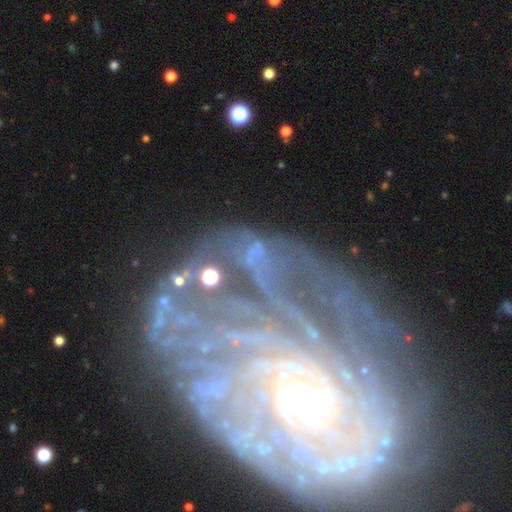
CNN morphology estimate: This appears to be a featured or disk galaxy (71%) with no bar (47%), tight (74%) spiral arms (92%) and a small central bulge (53%). Merging: none (65%).